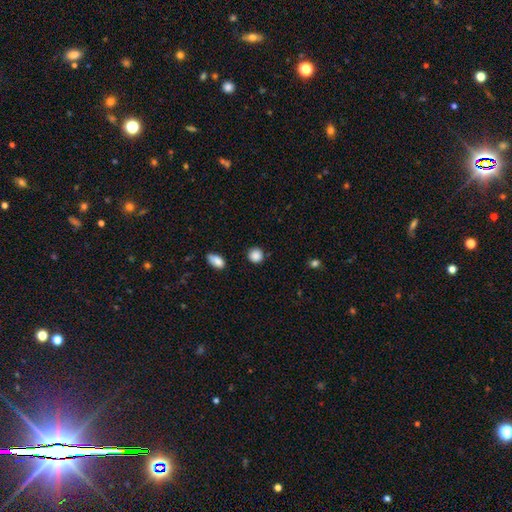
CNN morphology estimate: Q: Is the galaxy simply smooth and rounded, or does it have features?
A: smooth — 87%.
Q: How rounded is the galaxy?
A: round — 90%.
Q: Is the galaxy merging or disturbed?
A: none — 87%.